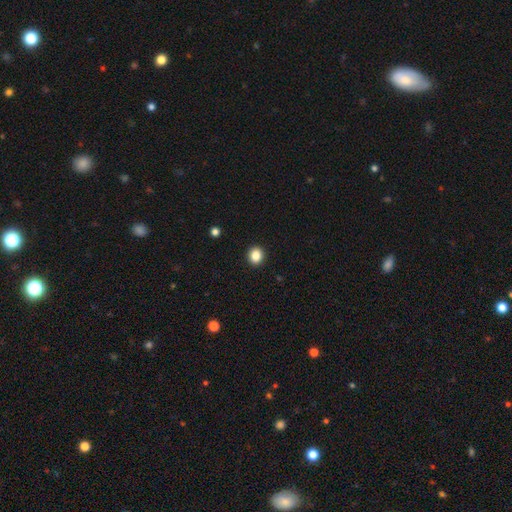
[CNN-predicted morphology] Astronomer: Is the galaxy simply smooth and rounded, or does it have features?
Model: smooth — 86%.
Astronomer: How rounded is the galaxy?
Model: round — 78%.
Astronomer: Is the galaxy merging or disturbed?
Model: none — 93%.